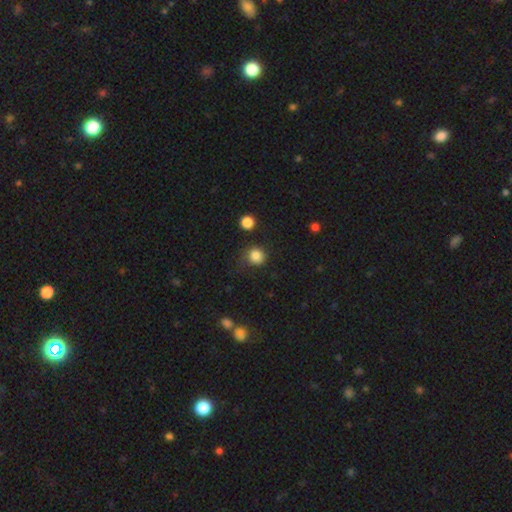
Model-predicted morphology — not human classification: Smooth or featured?
  - smooth: 84% *
  - star or artifact: 11%
  - featured or disk: 5%
How rounded?
  - round: 89% *
  - in between: 10%
  - cigar-shaped: 1%
Merging?
  - none: 75% *
  - minor disturbance: 16%
  - major disturbance: 6%
  - merger: 3%